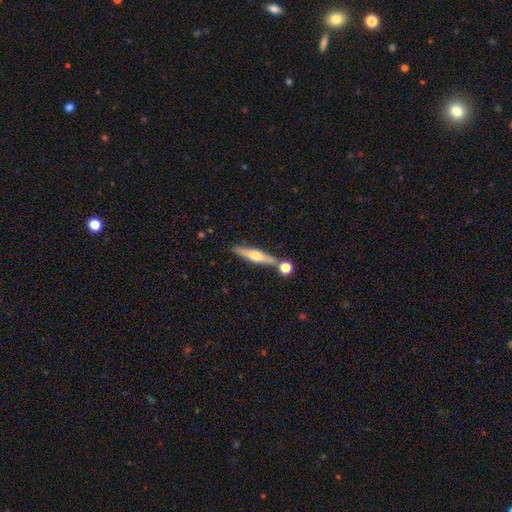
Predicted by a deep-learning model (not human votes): Smooth or featured: featured or disk — 55% (smooth — 39%)
Edge-on disk: yes — 94% (no — 6%)
Edge-on bulge: rounded — 91% (none — 5%)
Merging: none — 75% (merger — 12%)